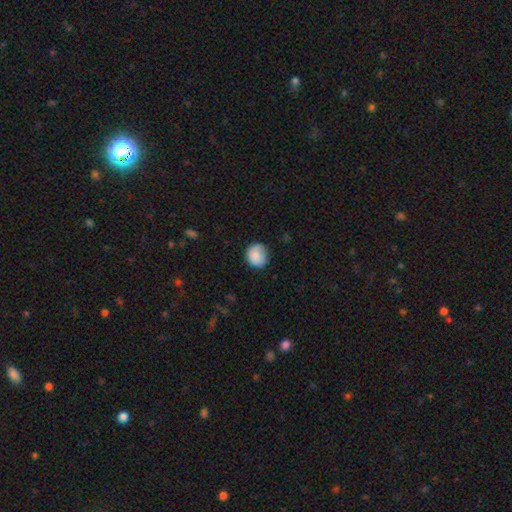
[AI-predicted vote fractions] Q: Smooth or featured?
A: smooth (85%); runner-up: star or artifact (7%)
Q: How rounded?
A: round (85%); runner-up: in between (14%)
Q: Merging?
A: none (76%); runner-up: minor disturbance (19%)